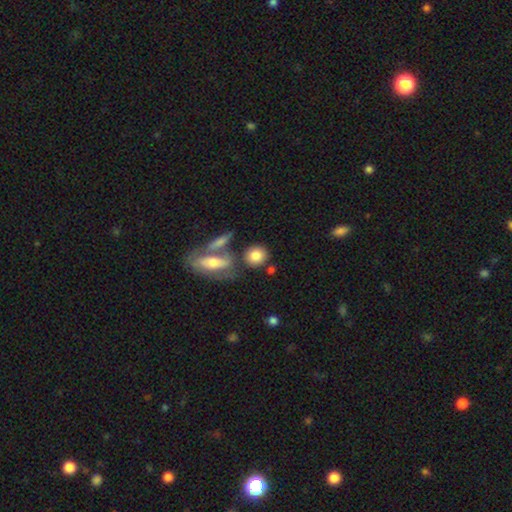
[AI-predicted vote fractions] The model was most divided on "merging": none: 64%, merger: 19%, minor disturbance: 12%, major disturbance: 5%. More confident: smooth or featured — smooth (79%); how rounded — round (72%).